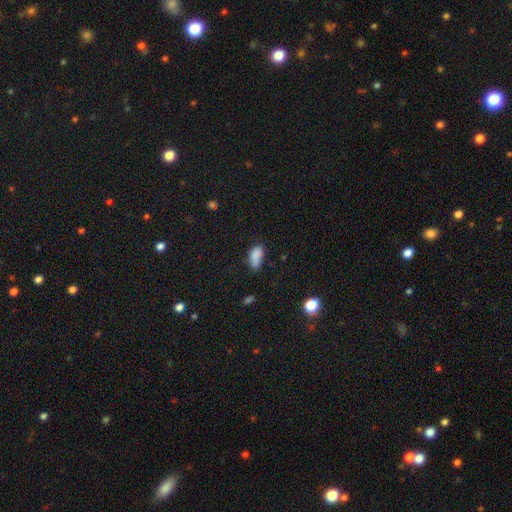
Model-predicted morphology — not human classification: Overall: smooth (82%). How rounded: in between (90%). Merging: none (48%; minor disturbance 34%).